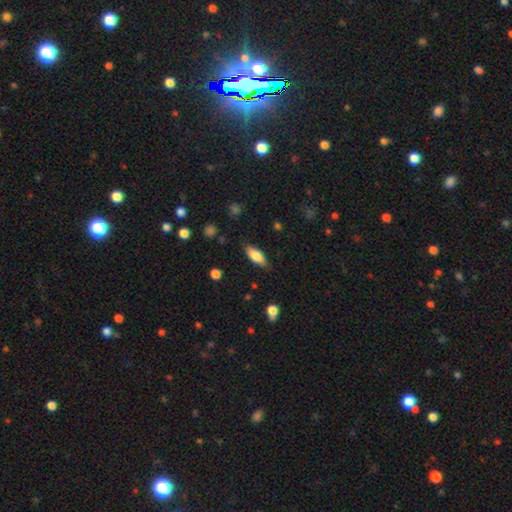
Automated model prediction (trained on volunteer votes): smooth 75%, featured or disk 18%, star or artifact 7%. Down the decision tree: how rounded — in between (73%); merging — none (81%).